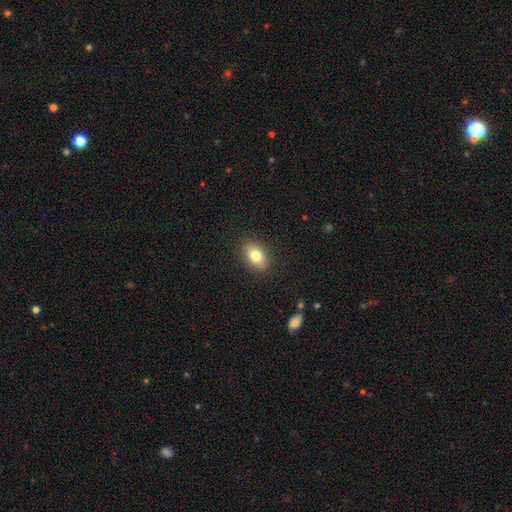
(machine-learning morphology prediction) type=smooth (80%); roundness=in between (83%); merging=none (88%).